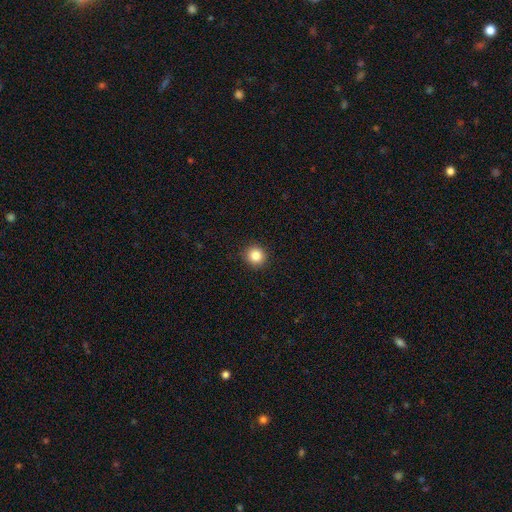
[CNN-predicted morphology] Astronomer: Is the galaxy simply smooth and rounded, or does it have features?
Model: smooth — 84%.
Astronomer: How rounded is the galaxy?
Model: round — 91%.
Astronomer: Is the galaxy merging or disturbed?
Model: none — 92%.